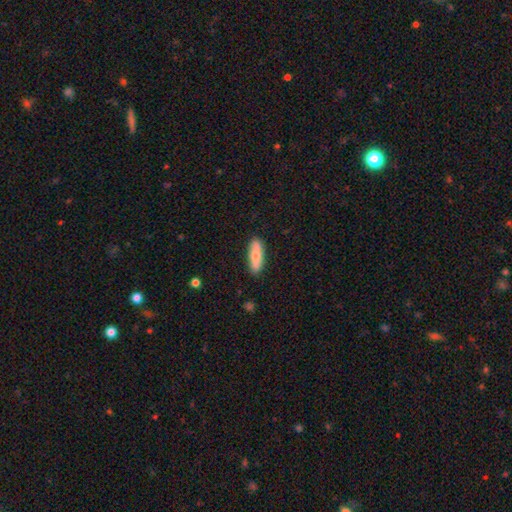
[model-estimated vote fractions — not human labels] Q: Smooth or featured?
A: smooth (71%); runner-up: featured or disk (24%)
Q: How rounded?
A: in between (57%); runner-up: cigar-shaped (41%)
Q: Merging?
A: none (85%); runner-up: minor disturbance (11%)